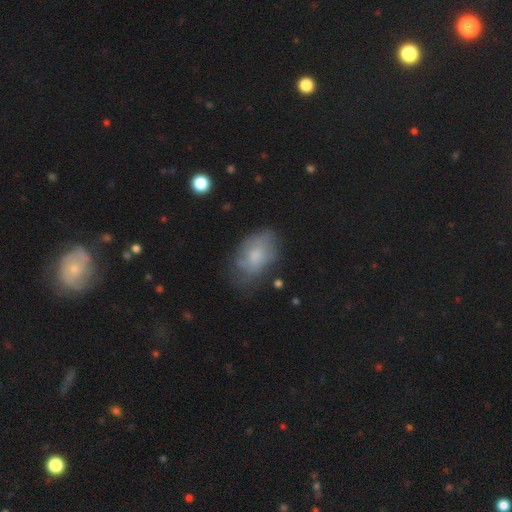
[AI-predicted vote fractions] A smooth galaxy with no disk features (57%) that is in between round and cigar-shaped (88%). Merging: none (56%).